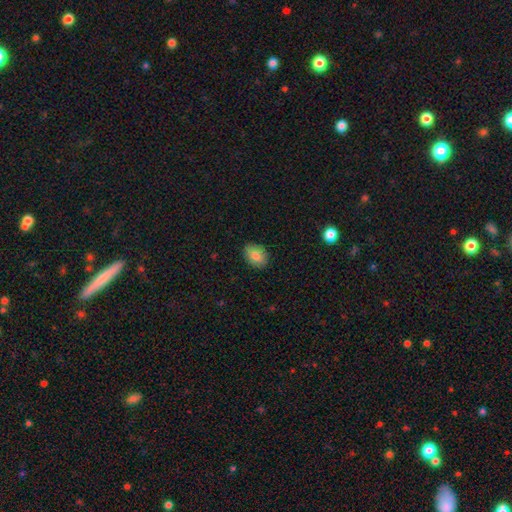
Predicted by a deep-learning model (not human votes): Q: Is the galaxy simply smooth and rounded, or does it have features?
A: smooth — 85%.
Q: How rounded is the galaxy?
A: in between — 76%.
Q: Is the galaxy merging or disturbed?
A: none — 88%.